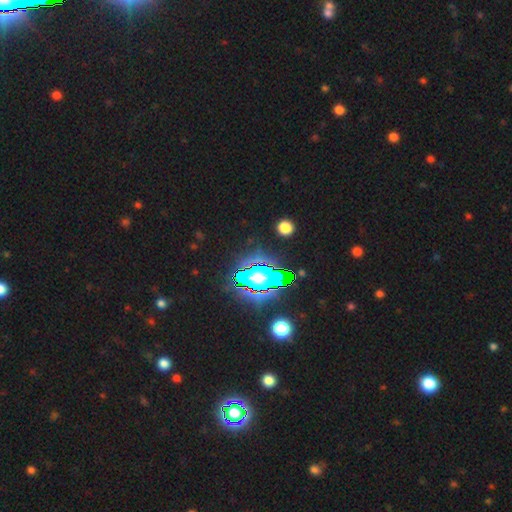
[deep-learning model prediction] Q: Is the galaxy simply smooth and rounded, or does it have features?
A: star or artifact — 80%.